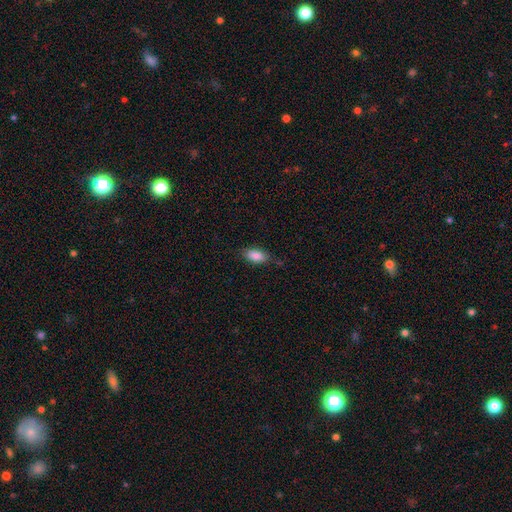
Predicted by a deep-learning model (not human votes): smooth 87%, star or artifact 7%, featured or disk 6%. Down the decision tree: how rounded — in between (88%); merging — none (77%).